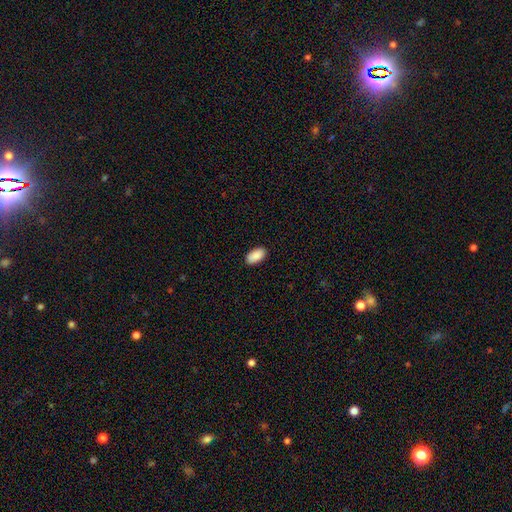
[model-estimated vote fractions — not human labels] Smooth or featured: smooth — 90% (star or artifact — 6%)
How rounded: in between — 95% (cigar-shaped — 3%)
Merging: none — 89% (minor disturbance — 8%)